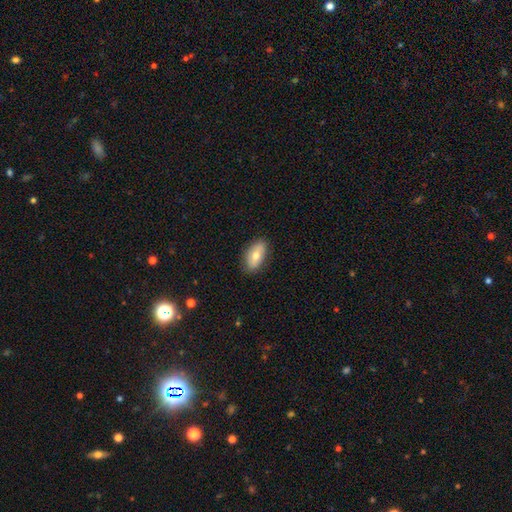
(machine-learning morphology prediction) Overall: smooth (72%). How rounded: in between (90%). Merging: none (85%).